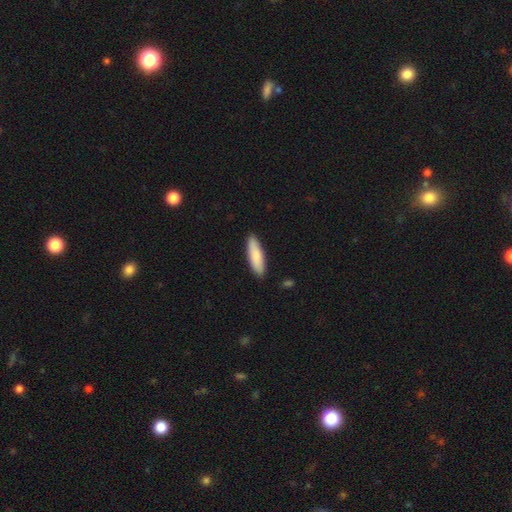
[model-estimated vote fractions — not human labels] smooth-or-featured: smooth: 86% | featured or disk: 9% | star or artifact: 5%
  how-rounded: cigar-shaped: 58% | in between: 41% | round: 1%
  merging: none: 89% | minor disturbance: 8% | major disturbance: 2% | merger: 1%